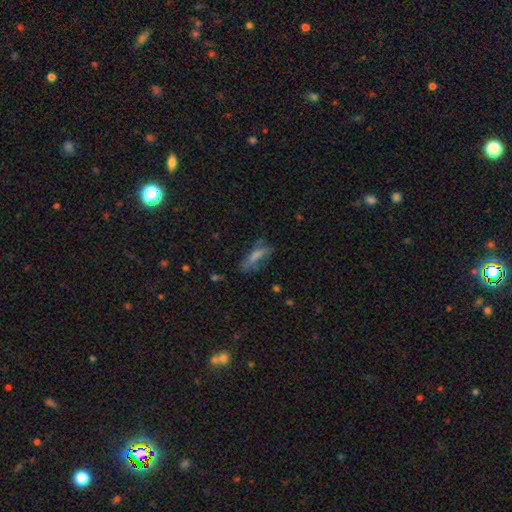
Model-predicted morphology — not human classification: A smooth galaxy with no disk features (66%) that is cigar-shaped (54%).

Vote fractions:
- Smooth or featured? smooth: 66% / featured or disk: 24% / star or artifact: 10%
- How rounded? cigar-shaped: 54% / in between: 44% / round: 2%
- Merging? none: 49% / minor disturbance: 27% / major disturbance: 19% / merger: 4%